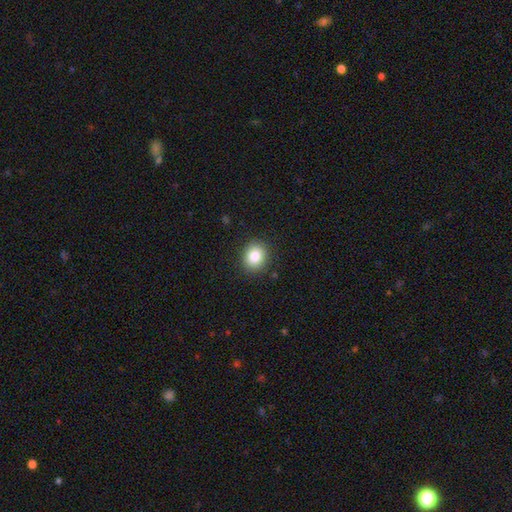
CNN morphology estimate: Smooth or featured? smooth (85%)
How rounded? round (66%)
Merging? none (89%)